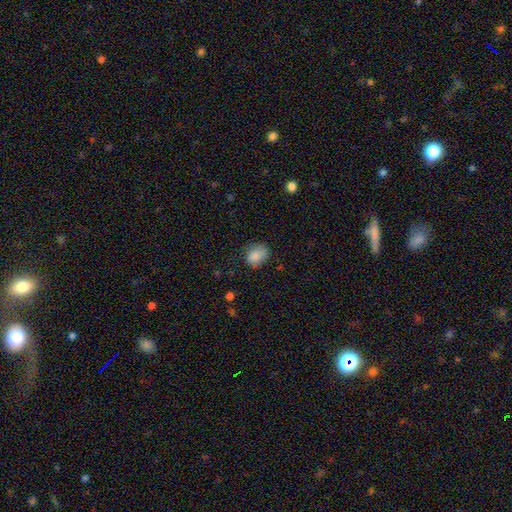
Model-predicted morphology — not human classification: Q: Smooth or featured?
A: smooth (85%); runner-up: star or artifact (9%)
Q: How rounded?
A: in between (60%); runner-up: round (39%)
Q: Merging?
A: none (67%); runner-up: minor disturbance (25%)